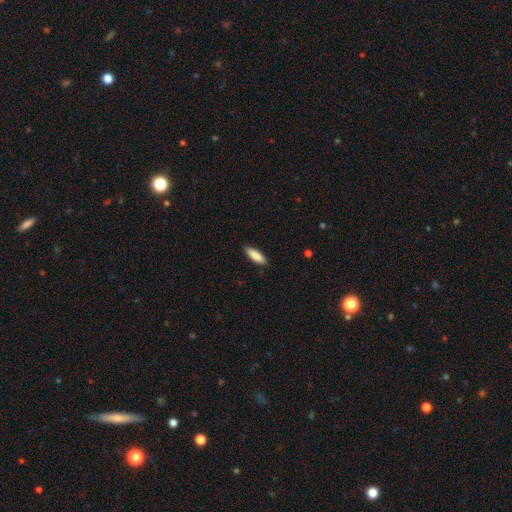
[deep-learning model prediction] smooth_or_featured: smooth (p=0.88) [alt: featured or disk p=0.06]
how_rounded: in between (p=0.53) [alt: cigar-shaped p=0.46]
merging: none (p=0.89) [alt: minor disturbance p=0.09]